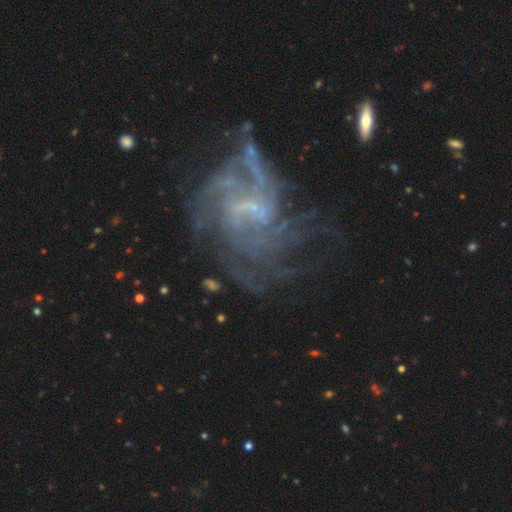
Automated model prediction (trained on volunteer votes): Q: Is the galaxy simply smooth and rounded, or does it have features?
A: featured or disk — 81%.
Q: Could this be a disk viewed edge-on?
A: no — 97%.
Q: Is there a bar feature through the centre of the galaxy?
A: weak — 52%.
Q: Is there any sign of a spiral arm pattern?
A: yes — 84%.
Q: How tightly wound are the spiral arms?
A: medium — 42%.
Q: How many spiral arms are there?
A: can't tell — 41%.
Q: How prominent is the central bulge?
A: small — 53%.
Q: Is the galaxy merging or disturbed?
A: none — 46%.